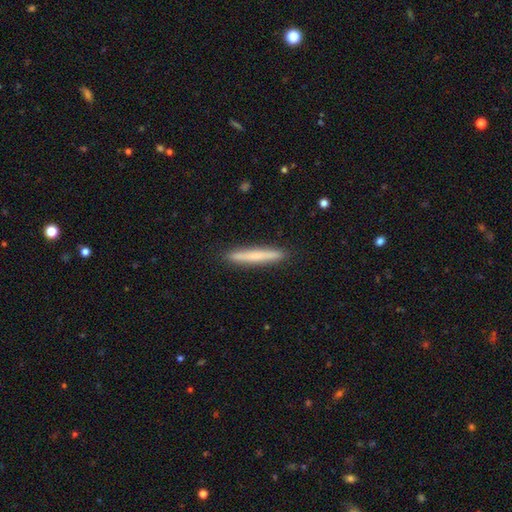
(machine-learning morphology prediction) Q: Smooth or featured?
A: smooth (67%); runner-up: featured or disk (27%)
Q: How rounded?
A: cigar-shaped (96%); runner-up: in between (3%)
Q: Merging?
A: none (92%); runner-up: minor disturbance (6%)